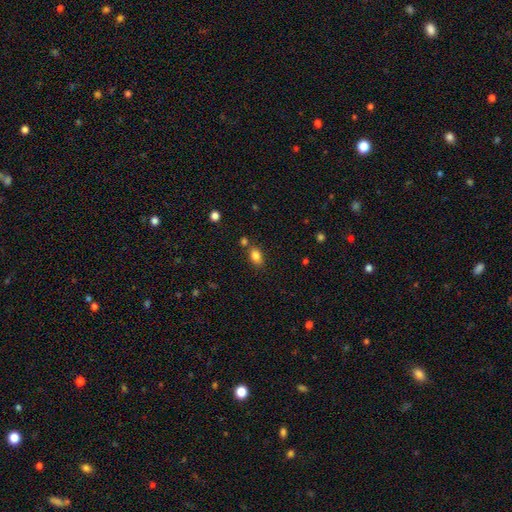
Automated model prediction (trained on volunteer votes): This is clearly a smooth galaxy (83%). How rounded: likely in between (80%). Merging: likely none (71%).